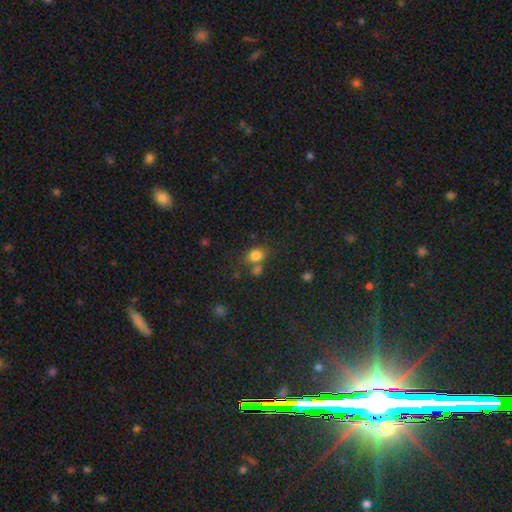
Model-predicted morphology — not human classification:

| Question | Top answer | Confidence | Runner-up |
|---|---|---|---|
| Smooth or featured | smooth | 79% | star or artifact (14%) |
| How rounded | round | 53% | in between (46%) |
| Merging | none | 56% | merger (25%) |